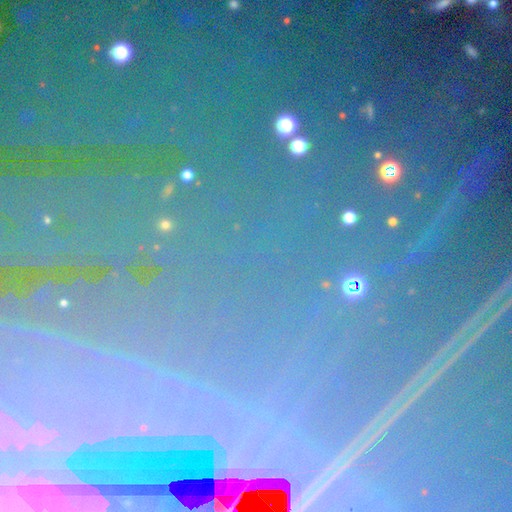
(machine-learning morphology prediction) This is likely a star or artifact rather than a galaxy (72%).